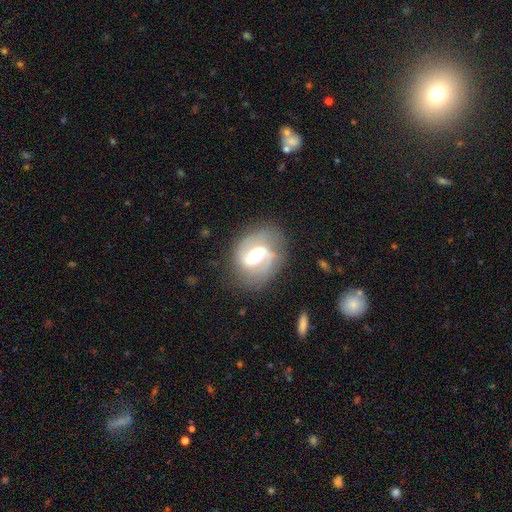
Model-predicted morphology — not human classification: A featured or disk galaxy (84%) with a weak bar (48%), 2 (89%) medium (51%) spiral arms (94%) and a moderate central bulge (61%).

Vote fractions:
- Smooth or featured? featured or disk: 84% / smooth: 10% / star or artifact: 6%
- Edge-on disk? no: 97% / yes: 3%
- Bar? weak: 48% / strong: 37% / no: 15%
- Spiral arms? yes: 94% / no: 6%
- Spiral winding? medium: 51% / loose: 33% / tight: 16%
- Spiral arm count? 2: 89% / 1: 4% / can't tell: 4% / 3: 2% / 4: 1% / more than 4: 1%
- Bulge size? moderate: 61% / large: 22% / small: 14% / dominant: 2% / none: 2%
- Merging? none: 75% / minor disturbance: 15% / major disturbance: 8% / merger: 2%